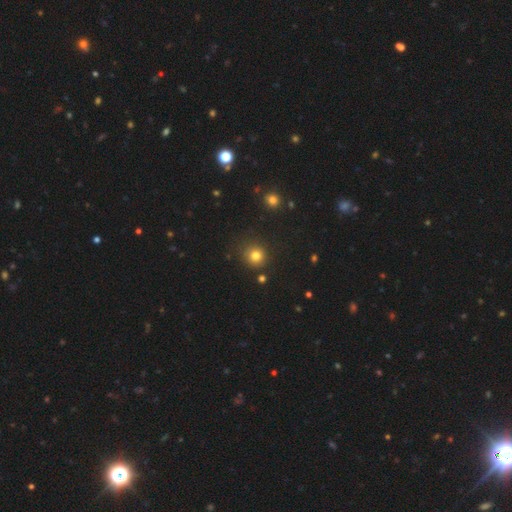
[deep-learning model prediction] Smooth or featured? Predicted: smooth (p=0.79). How rounded? Predicted: round (p=0.92). Merging? Predicted: none (p=0.85).